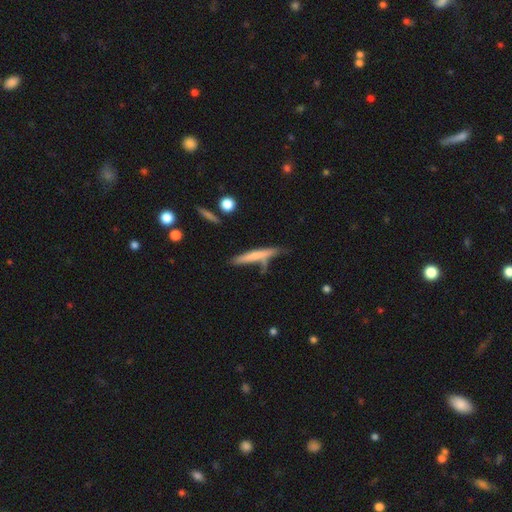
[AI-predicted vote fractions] A smooth galaxy with no disk features (61%) that is cigar-shaped (91%).

Vote fractions:
- Smooth or featured? smooth: 61% / featured or disk: 32% / star or artifact: 7%
- How rounded? cigar-shaped: 91% / in between: 7% / round: 2%
- Merging? none: 55% / minor disturbance: 23% / merger: 14% / major disturbance: 8%